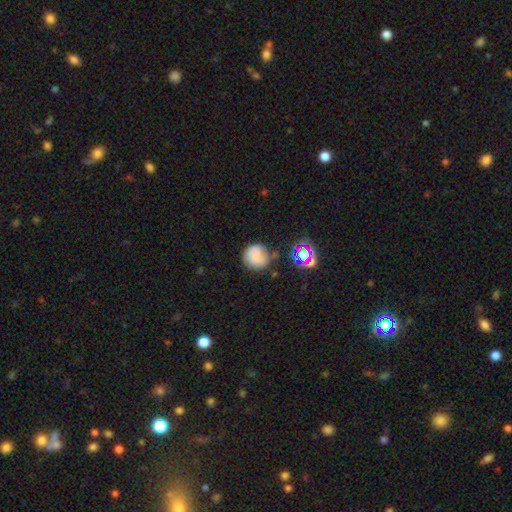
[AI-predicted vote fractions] Smooth or featured: smooth — 70% (featured or disk — 16%)
How rounded: round — 88% (in between — 11%)
Merging: none — 61% (minor disturbance — 23%)